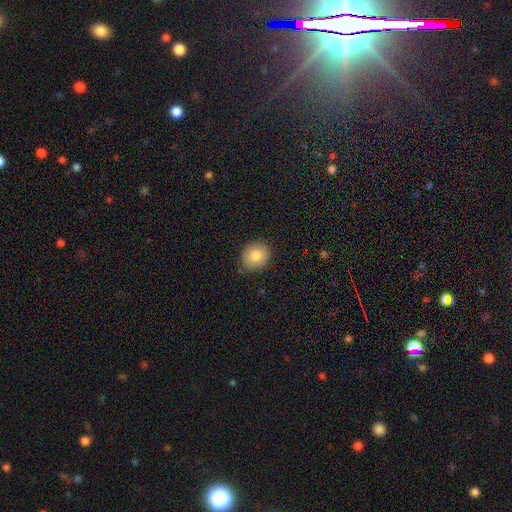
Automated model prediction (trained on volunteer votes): The model was most divided on "how rounded": round: 65%, in between: 35%, cigar-shaped: 1%. More confident: merging — none (83%); smooth or featured — smooth (81%).